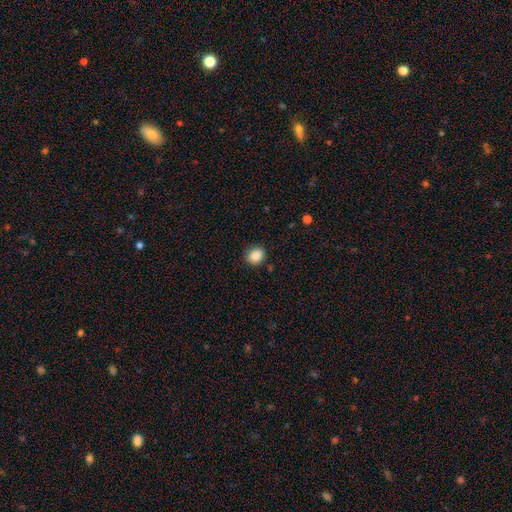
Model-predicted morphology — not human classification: smooth 88%, star or artifact 9%, featured or disk 3%. Down the decision tree: how rounded — round (68%); merging — none (87%).